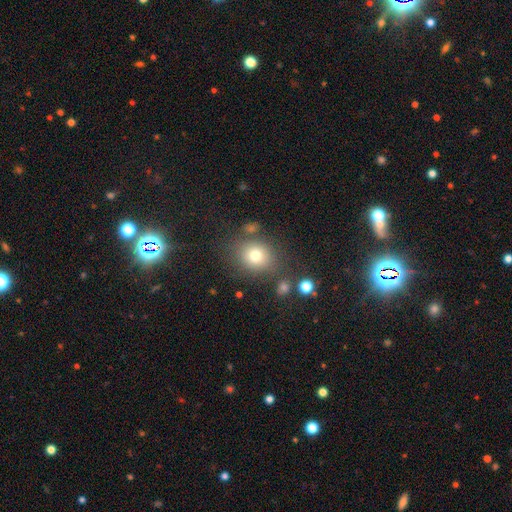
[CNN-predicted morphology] A smooth galaxy with no disk features (76%) that is round (72%). Merging: none (75%).